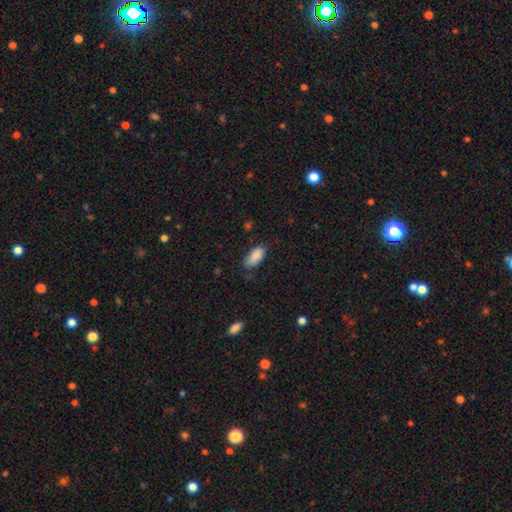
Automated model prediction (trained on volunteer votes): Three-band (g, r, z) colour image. It shows a smooth galaxy with no disk features (88%) that is in between round and cigar-shaped (91%). Merging: none (65%).